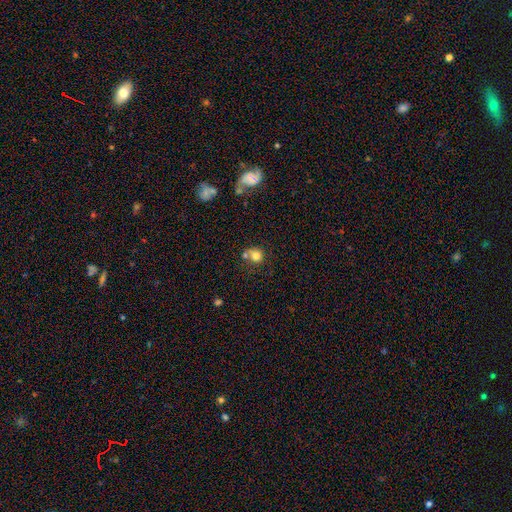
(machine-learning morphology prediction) Smooth or featured? smooth (77%)
How rounded? round (83%)
Merging? none (49%)